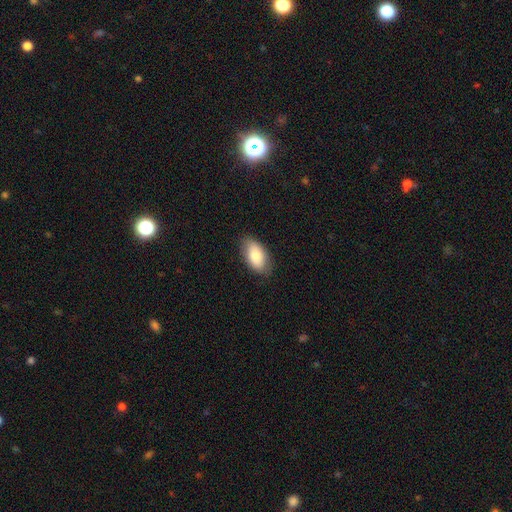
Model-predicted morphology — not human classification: Smooth or featured? Predicted: smooth (p=0.82). How rounded? Predicted: in between (p=0.94). Merging? Predicted: none (p=0.83).